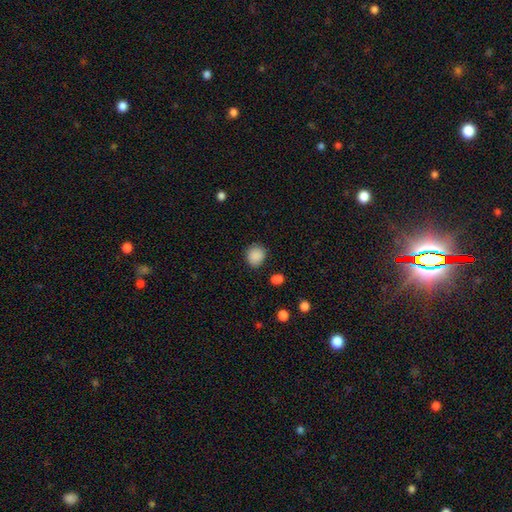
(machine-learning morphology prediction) Smooth or featured? Predicted: smooth (p=0.88). How rounded? Predicted: round (p=0.78). Merging? Predicted: none (p=0.83).